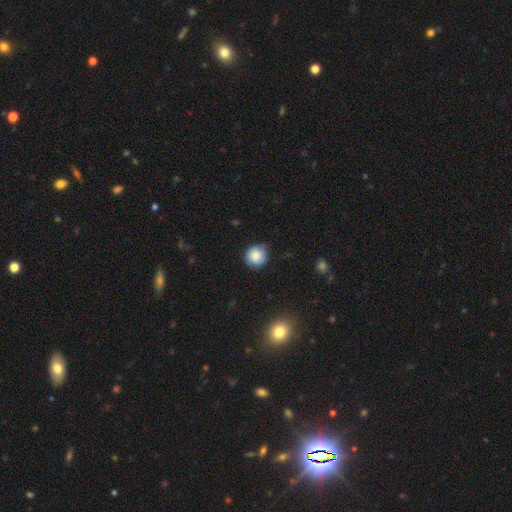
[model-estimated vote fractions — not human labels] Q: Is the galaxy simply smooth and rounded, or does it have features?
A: smooth — 81%.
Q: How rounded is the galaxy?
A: round — 90%.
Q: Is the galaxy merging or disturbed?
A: none — 77%.